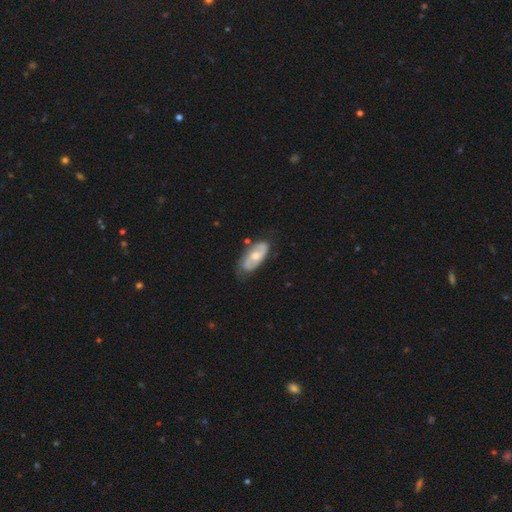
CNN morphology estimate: featured or disk 58%, smooth 37%, star or artifact 5%. Down the decision tree: edge-on disk — no (91%); bar — no (64%); spiral arms — yes (78%); bulge size — moderate (64%); merging — none (67%).